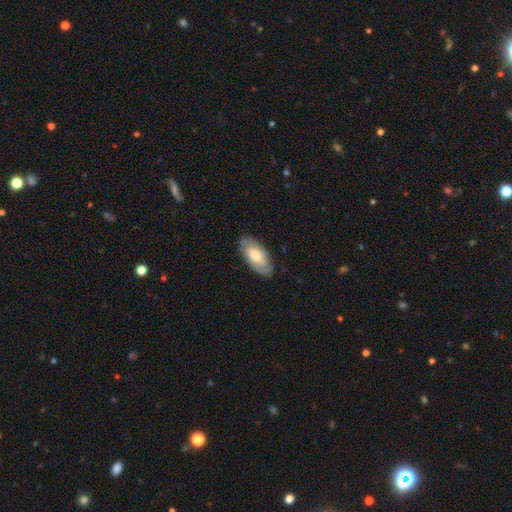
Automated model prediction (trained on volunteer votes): Overall: smooth (50%; featured or disk 44%). Merging: none (79%).